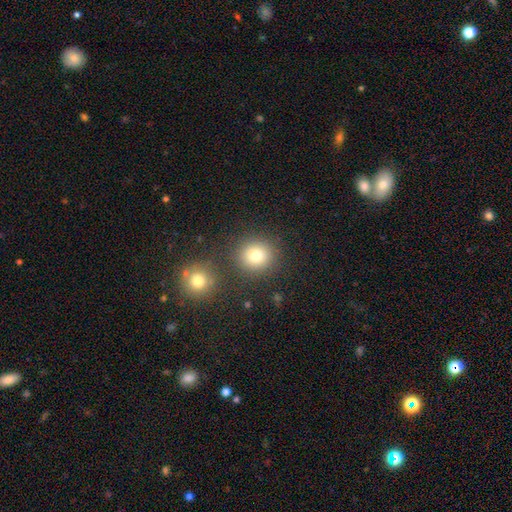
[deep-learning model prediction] Q: Smooth or featured?
A: smooth (78%); runner-up: star or artifact (14%)
Q: How rounded?
A: round (89%); runner-up: in between (10%)
Q: Merging?
A: none (82%); runner-up: merger (7%)